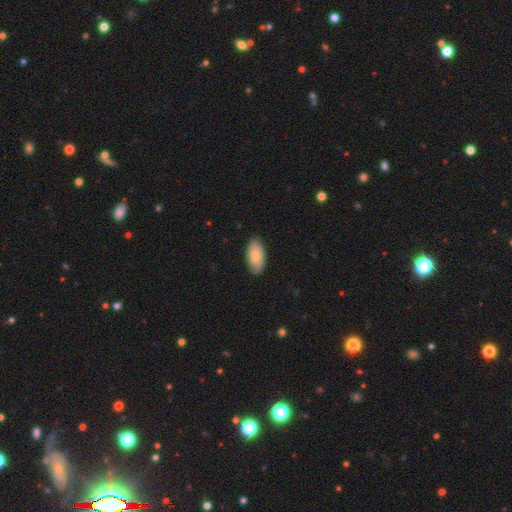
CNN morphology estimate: smooth 75%, featured or disk 19%, star or artifact 6%. Down the decision tree: how rounded — in between (94%); merging — none (83%).